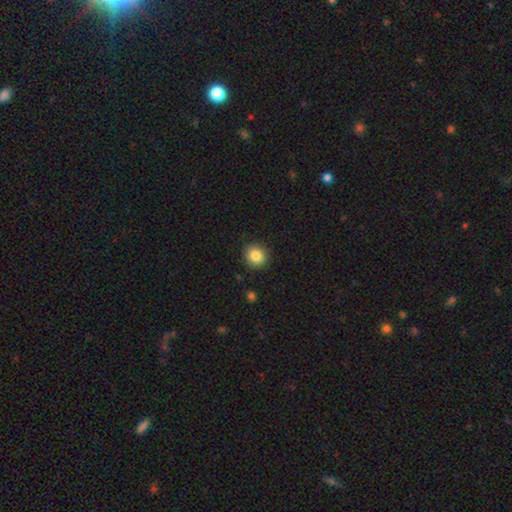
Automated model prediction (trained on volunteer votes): Smooth or featured? smooth (85%)
How rounded? round (85%)
Merging? none (89%)